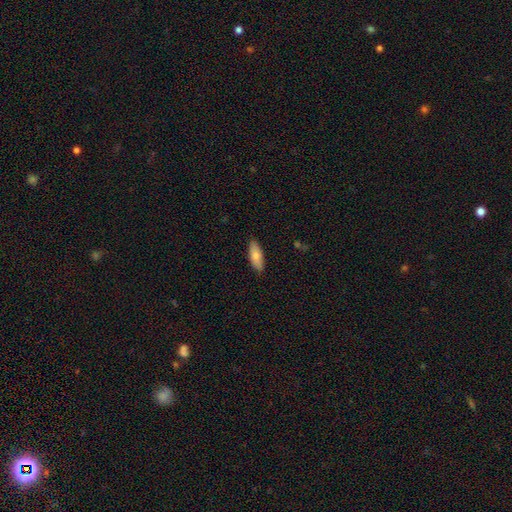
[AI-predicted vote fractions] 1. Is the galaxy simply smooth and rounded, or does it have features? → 80% smooth, 14% featured or disk, 6% star or artifact.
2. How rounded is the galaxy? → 74% in between, 24% cigar-shaped, 2% round.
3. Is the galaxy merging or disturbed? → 87% none, 10% minor disturbance, 2% major disturbance, 1% merger.